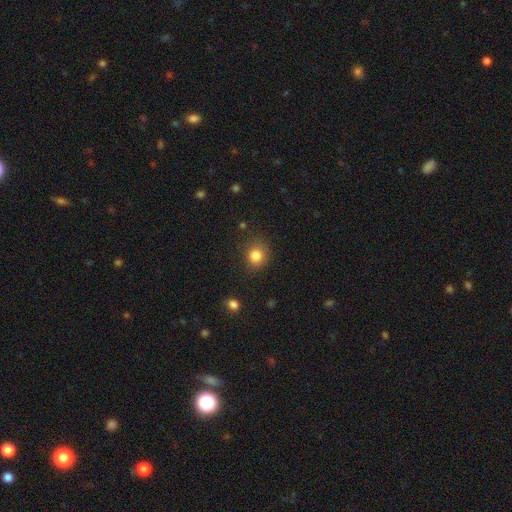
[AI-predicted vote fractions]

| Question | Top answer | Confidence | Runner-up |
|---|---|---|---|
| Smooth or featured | smooth | 83% | star or artifact (11%) |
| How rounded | round | 82% | in between (18%) |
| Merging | none | 80% | minor disturbance (14%) |